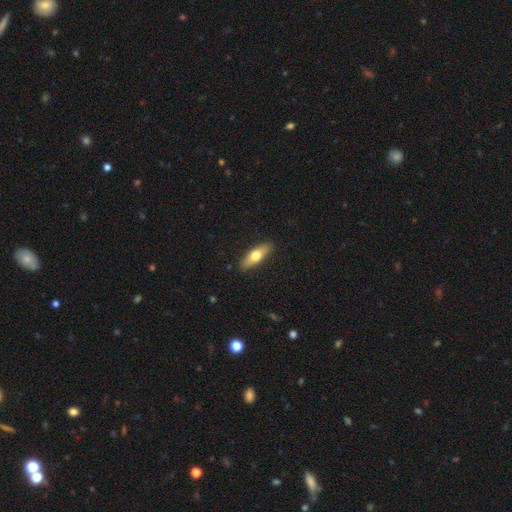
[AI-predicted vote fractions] A smooth galaxy with no disk features (60%) that is cigar-shaped (49%).

Vote fractions:
- Smooth or featured? smooth: 60% / featured or disk: 34% / star or artifact: 6%
- How rounded? cigar-shaped: 49% / in between: 48% / round: 3%
- Merging? none: 89% / minor disturbance: 8% / major disturbance: 2% / merger: 1%